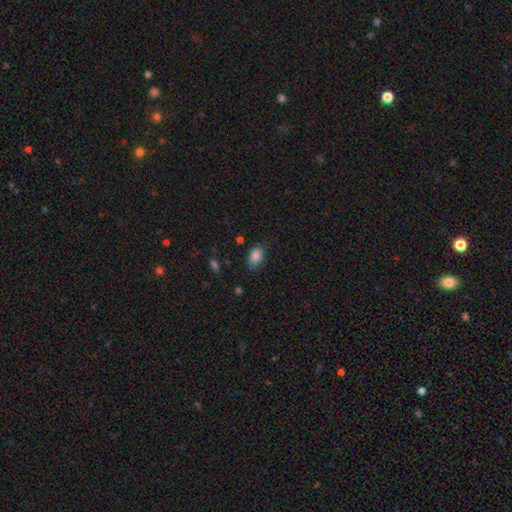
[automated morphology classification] Smooth or featured? Predicted: smooth (p=0.86). How rounded? Predicted: in between (p=0.81). Merging? Predicted: none (p=0.73).